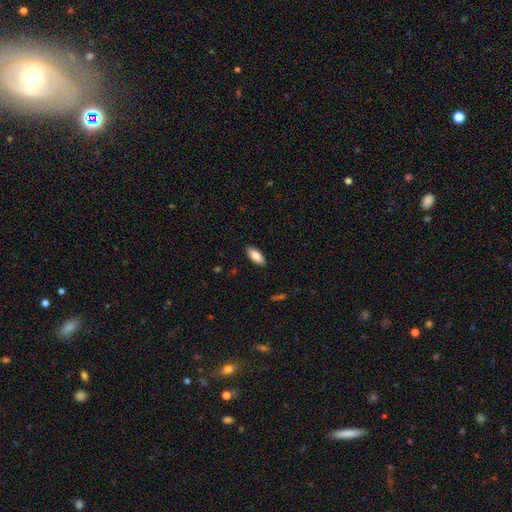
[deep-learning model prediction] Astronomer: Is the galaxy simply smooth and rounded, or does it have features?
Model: smooth — 84%.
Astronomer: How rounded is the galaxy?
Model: in between — 87%.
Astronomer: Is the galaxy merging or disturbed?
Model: none — 89%.